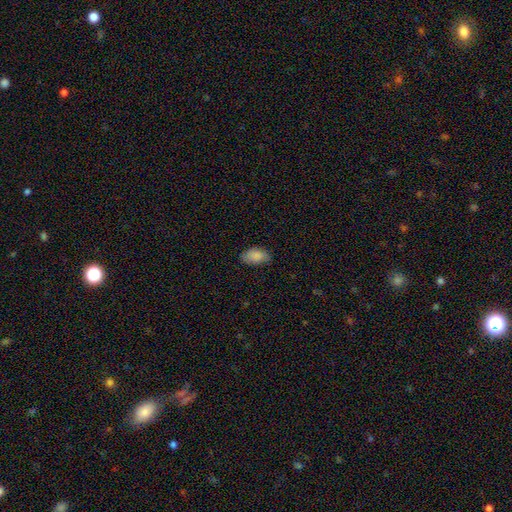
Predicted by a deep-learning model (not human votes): Morphology: type=smooth (86%); roundness=in between (93%); merging=none (74%).